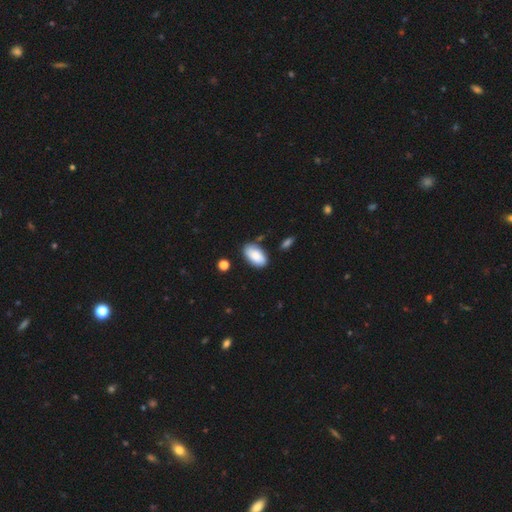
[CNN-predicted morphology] Overall: smooth (84%). How rounded: in between (95%). Merging: none (76%).